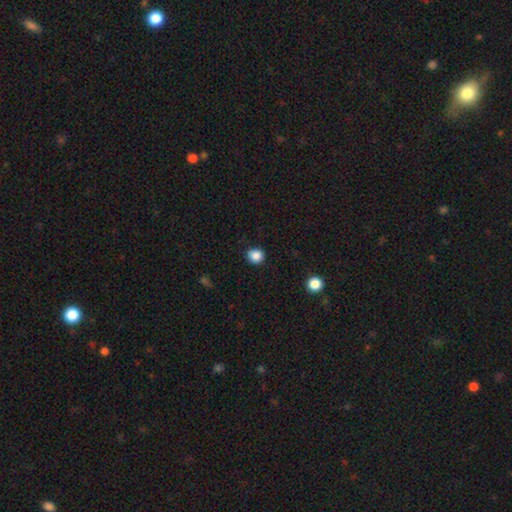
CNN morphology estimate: smooth 87%, star or artifact 11%, featured or disk 3%. Down the decision tree: how rounded — round (84%); merging — none (86%).